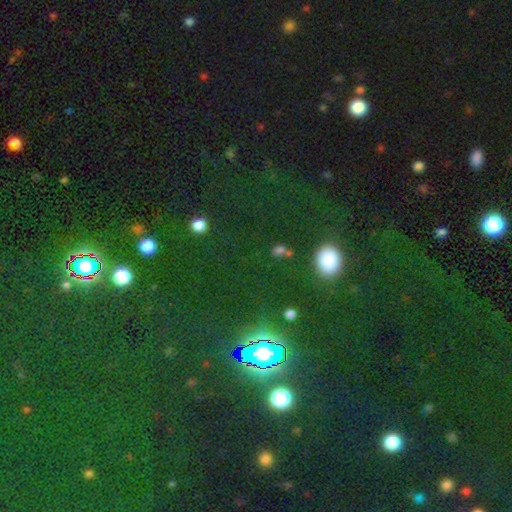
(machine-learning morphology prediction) Smooth or featured? star or artifact (59%)